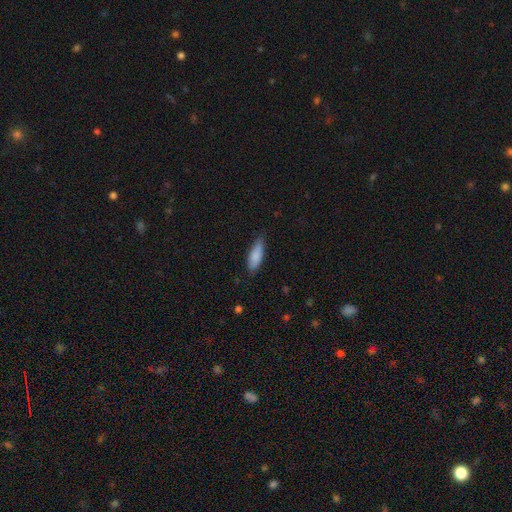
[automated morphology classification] A smooth galaxy with no disk features (85%) that is in between round and cigar-shaped (63%). Merging: none (74%).